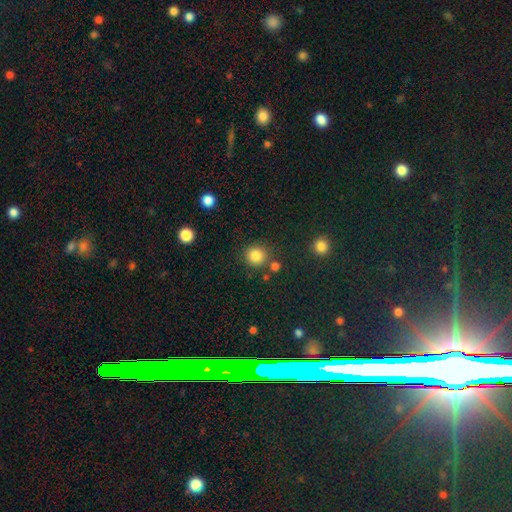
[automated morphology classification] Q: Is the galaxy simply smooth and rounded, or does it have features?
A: smooth — 84%.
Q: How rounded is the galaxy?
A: round — 92%.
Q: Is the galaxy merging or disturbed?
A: none — 82%.